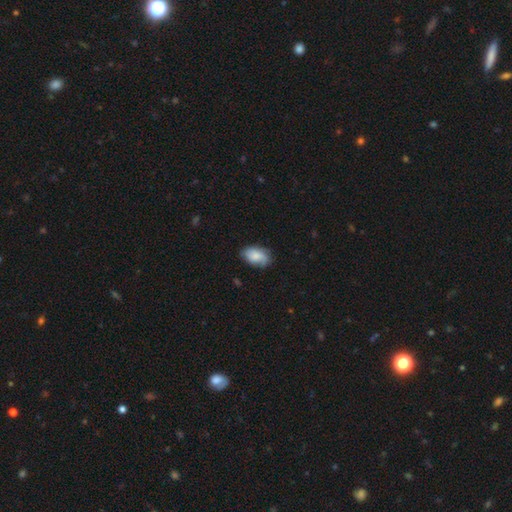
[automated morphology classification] Smooth or featured? smooth (72%)
How rounded? in between (90%)
Merging? none (68%)